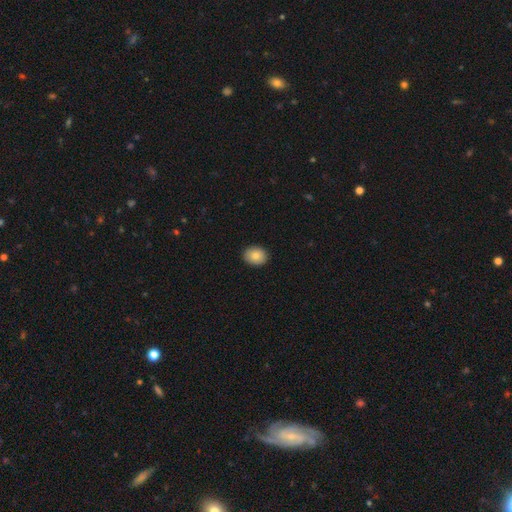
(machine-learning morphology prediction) Smooth or featured?
  - smooth: 82% *
  - featured or disk: 10%
  - star or artifact: 8%
How rounded?
  - round: 51% *
  - in between: 48%
  - cigar-shaped: 1%
Merging?
  - none: 91% *
  - minor disturbance: 7%
  - major disturbance: 2%
  - merger: 1%